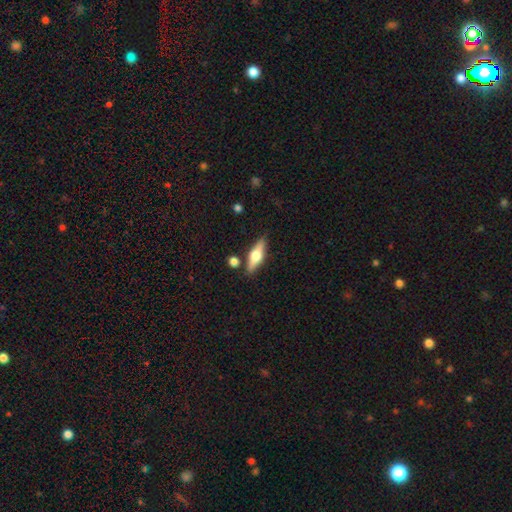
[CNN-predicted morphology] Overall: featured or disk (57%; smooth 36%). Edge-on disk: yes (94%). Edge-on bulge: rounded (94%). Merging: none (83%).